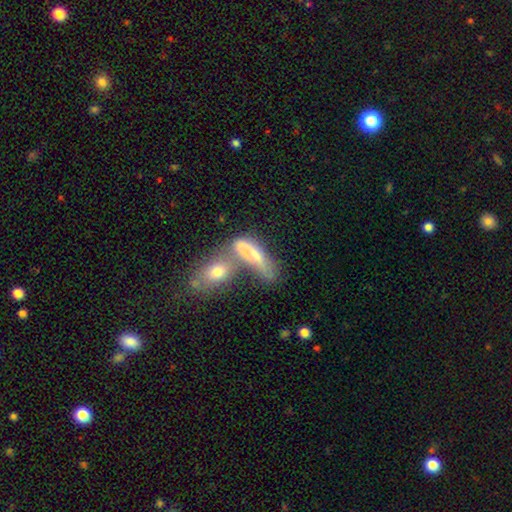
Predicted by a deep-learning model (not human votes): Morphology: type=smooth (60%); roundness=in between (50%); merging=merger (54%).